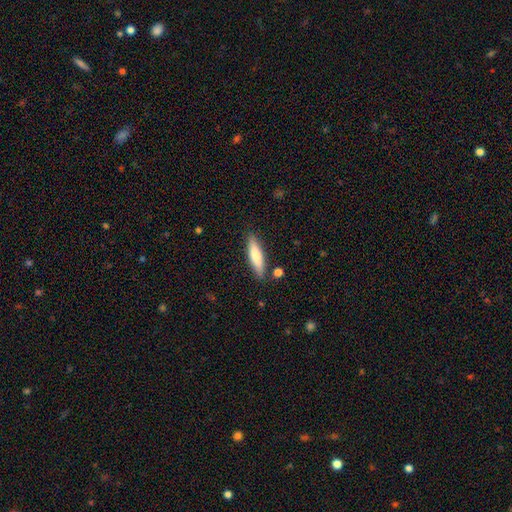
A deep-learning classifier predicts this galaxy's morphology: This is likely a smooth galaxy (73%). How rounded: likely cigar-shaped (76%). Merging: clearly none (85%).